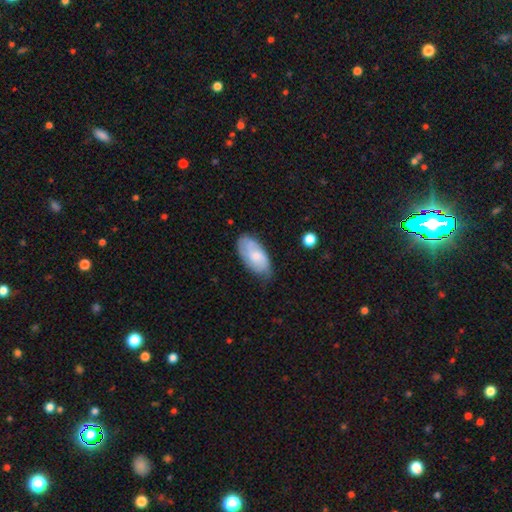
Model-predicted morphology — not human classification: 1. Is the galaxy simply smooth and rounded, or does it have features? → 49% smooth, 45% featured or disk, 6% star or artifact.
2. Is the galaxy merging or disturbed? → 63% none, 29% minor disturbance, 6% major disturbance, 2% merger.